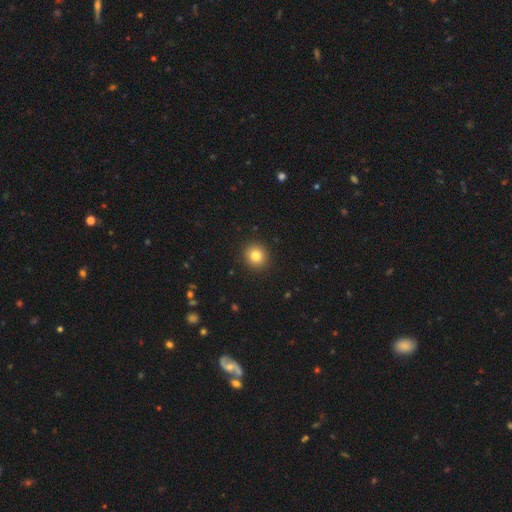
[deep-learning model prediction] smooth-or-featured: smooth: 82% | star or artifact: 11% | featured or disk: 7%
  how-rounded: round: 89% | in between: 10% | cigar-shaped: 1%
  merging: none: 92% | minor disturbance: 5% | major disturbance: 2% | merger: 1%